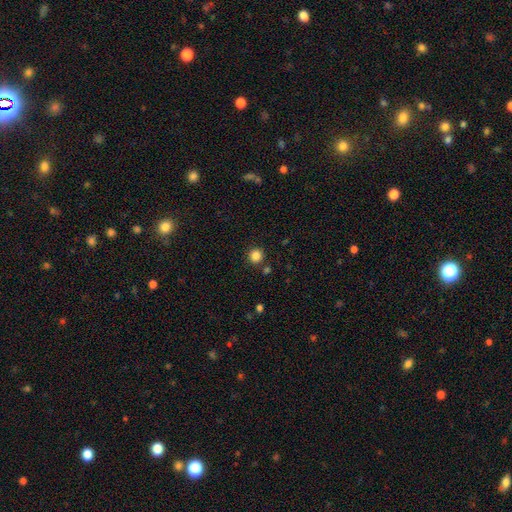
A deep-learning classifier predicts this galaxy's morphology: Smooth or featured? Predicted: smooth (p=0.85). How rounded? Predicted: round (p=0.93). Merging? Predicted: none (p=0.88).